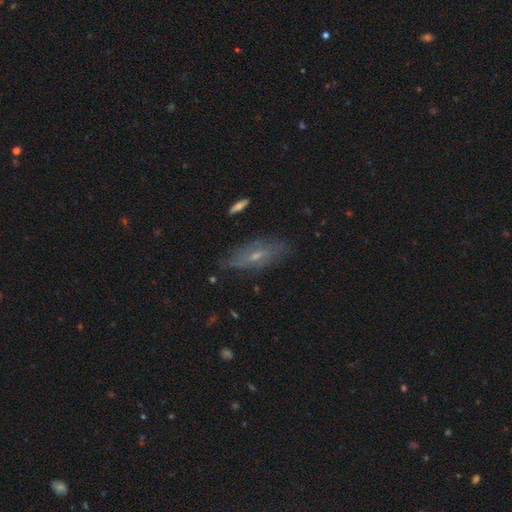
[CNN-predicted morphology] Q: Smooth or featured?
A: featured or disk (52%); runner-up: smooth (37%)
Q: Edge-on disk?
A: no (68%); runner-up: yes (32%)
Q: Merging?
A: none (75%); runner-up: minor disturbance (19%)